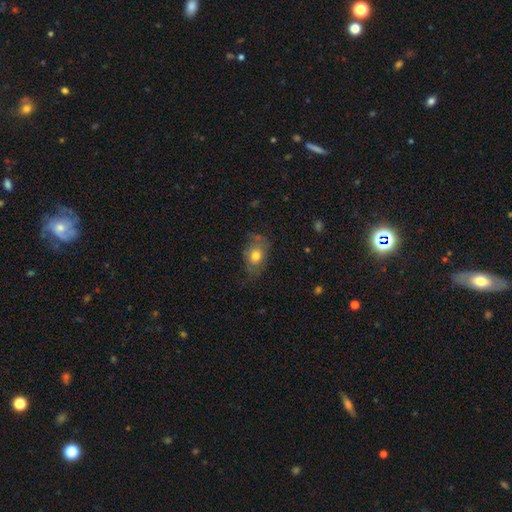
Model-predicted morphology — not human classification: This appears to be a smooth galaxy with no disk features (67%) that is in between round and cigar-shaped (74%). Merging: none (60%).